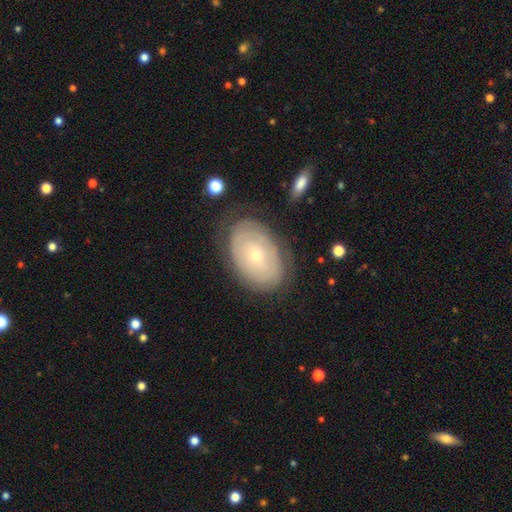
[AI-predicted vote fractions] Q: Smooth or featured?
A: featured or disk (56%); runner-up: smooth (36%)
Q: Edge-on disk?
A: no (94%); runner-up: yes (6%)
Q: Bar?
A: no (84%); runner-up: weak (13%)
Q: Spiral arms?
A: yes (52%); runner-up: no (48%)
Q: Bulge size?
A: small (74%); runner-up: moderate (23%)
Q: Merging?
A: none (74%); runner-up: minor disturbance (18%)